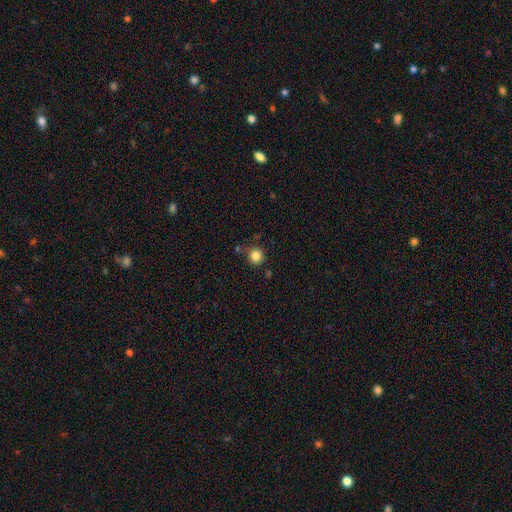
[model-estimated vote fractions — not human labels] Smooth or featured: smooth — 85% (star or artifact — 11%)
How rounded: round — 93% (in between — 6%)
Merging: none — 80% (minor disturbance — 11%)